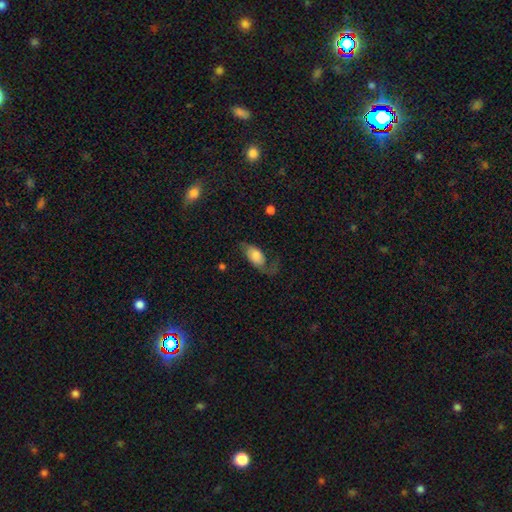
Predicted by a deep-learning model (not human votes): Smooth or featured?
  - smooth: 52% *
  - featured or disk: 41%
  - star or artifact: 8%
How rounded?
  - in between: 91% *
  - round: 6%
  - cigar-shaped: 3%
Merging?
  - none: 39% *
  - major disturbance: 35%
  - minor disturbance: 23%
  - merger: 3%